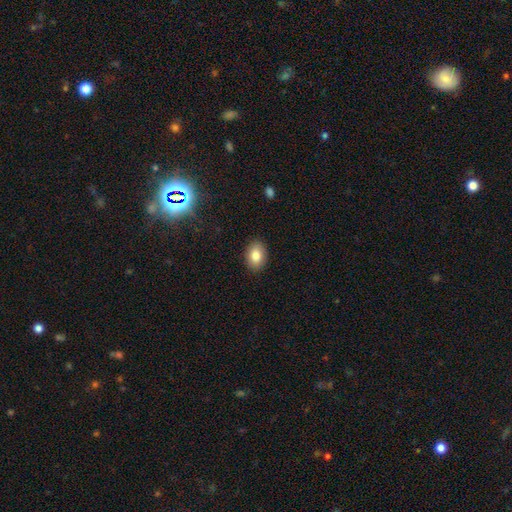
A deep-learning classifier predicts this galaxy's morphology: smooth 83%, star or artifact 9%, featured or disk 9%. Down the decision tree: how rounded — in between (79%); merging — none (89%).